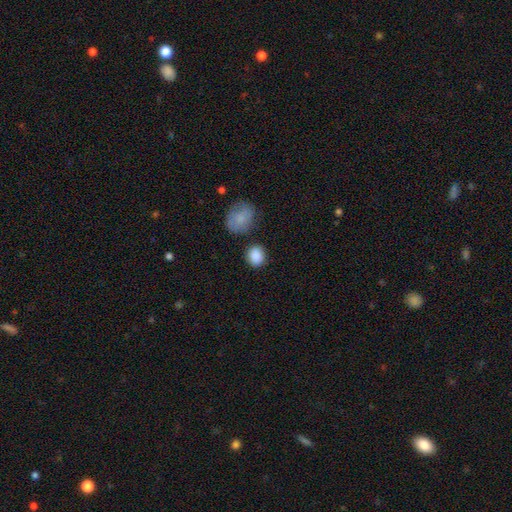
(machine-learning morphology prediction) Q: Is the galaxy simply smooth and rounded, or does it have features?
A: smooth — 88%.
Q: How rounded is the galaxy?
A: round — 71%.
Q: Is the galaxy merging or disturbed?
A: none — 78%.